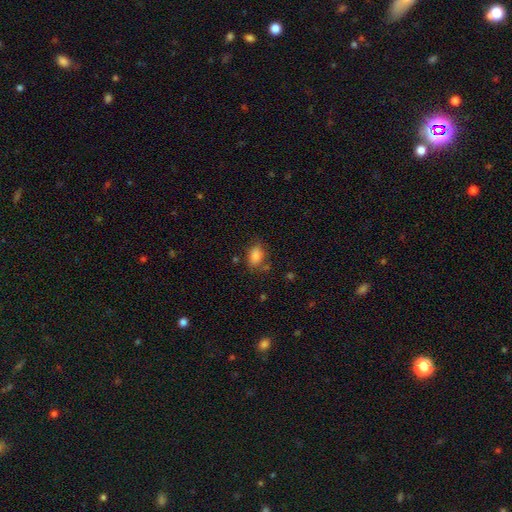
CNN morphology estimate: Q: Smooth or featured?
A: smooth (86%); runner-up: star or artifact (9%)
Q: How rounded?
A: in between (84%); runner-up: round (14%)
Q: Merging?
A: none (71%); runner-up: minor disturbance (18%)